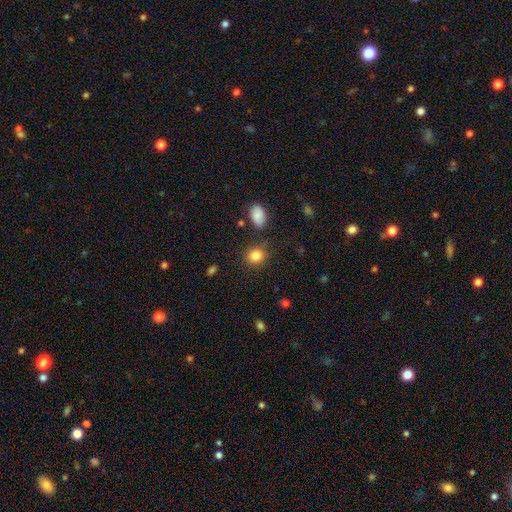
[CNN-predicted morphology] smooth-or-featured: smooth: 85% | star or artifact: 10% | featured or disk: 5%
  how-rounded: round: 76% | in between: 23% | cigar-shaped: 1%
  merging: none: 81% | minor disturbance: 11% | major disturbance: 4% | merger: 4%